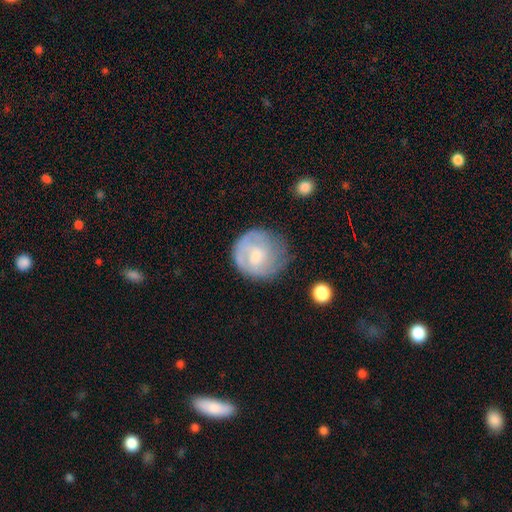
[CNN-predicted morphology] Smooth or featured? featured or disk (55%)
Edge-on disk? no (98%)
Bar? no (63%)
Spiral arms? yes (77%)
Bulge size? small (53%)
Merging? none (63%)